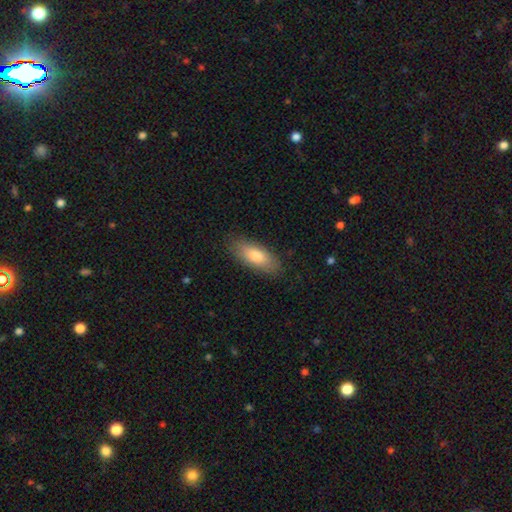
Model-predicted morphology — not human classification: This is likely a smooth galaxy (78%). How rounded: likely in between (77%). Merging: clearly none (86%).